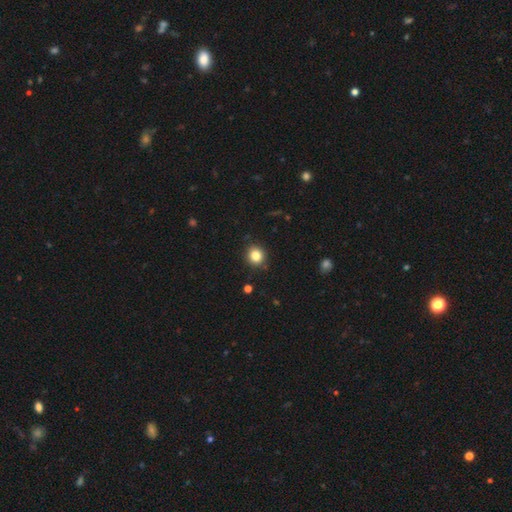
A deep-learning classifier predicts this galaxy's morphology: type=smooth (83%); roundness=round (83%); merging=none (89%).